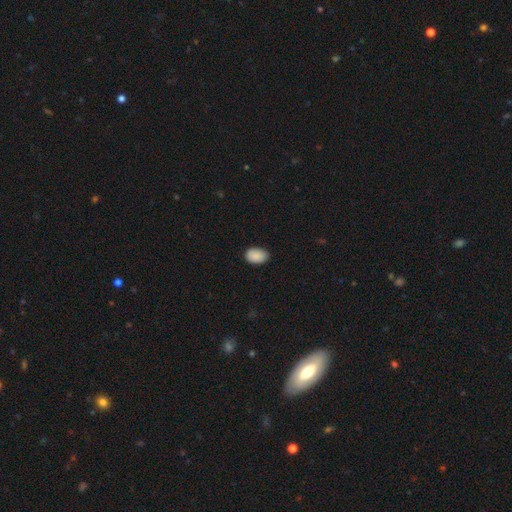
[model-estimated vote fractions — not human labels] This is clearly a smooth galaxy (90%). How rounded: clearly in between (87%). Merging: clearly none (83%).